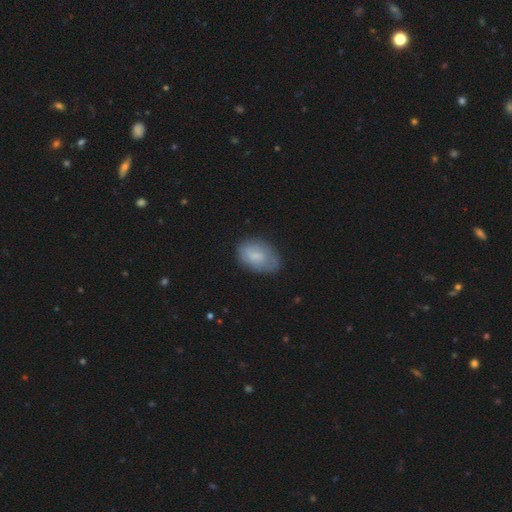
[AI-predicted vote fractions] Smooth or featured?
  - smooth: 68% *
  - featured or disk: 25%
  - star or artifact: 7%
How rounded?
  - in between: 88% *
  - round: 10%
  - cigar-shaped: 1%
Merging?
  - none: 67% *
  - minor disturbance: 25%
  - major disturbance: 7%
  - merger: 2%